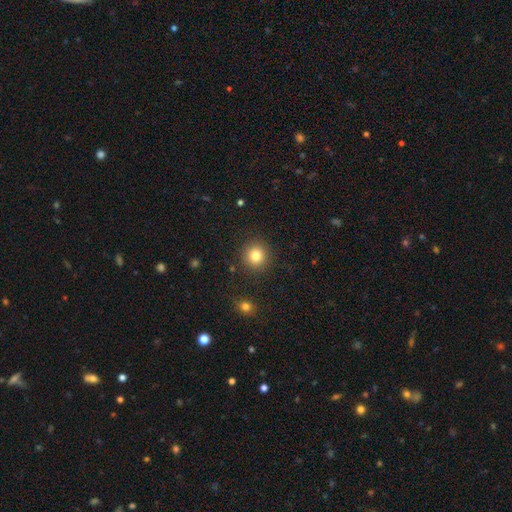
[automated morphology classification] Smooth or featured? smooth (80%)
How rounded? round (94%)
Merging? none (90%)